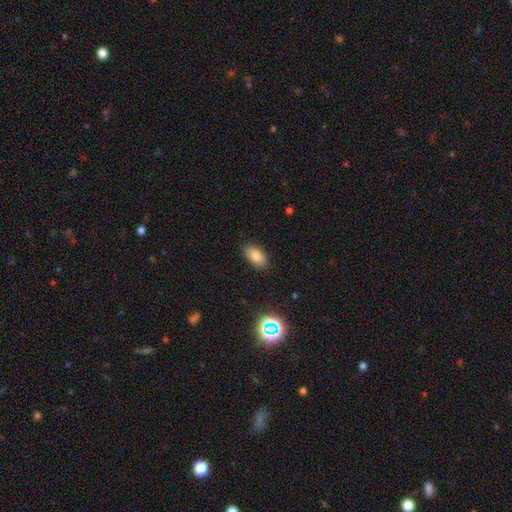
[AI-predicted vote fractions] Smooth or featured?
  - smooth: 83% *
  - star or artifact: 10%
  - featured or disk: 7%
How rounded?
  - in between: 92% *
  - round: 4%
  - cigar-shaped: 3%
Merging?
  - none: 87% *
  - minor disturbance: 9%
  - major disturbance: 2%
  - merger: 1%